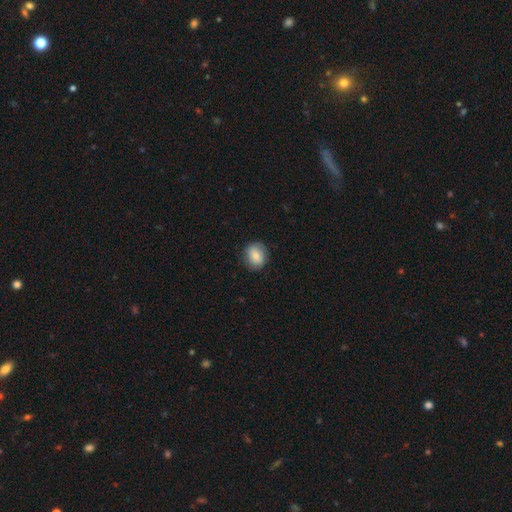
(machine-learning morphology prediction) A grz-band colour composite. It shows a smooth galaxy with no disk features (77%) that is round (69%). Merging: none (82%).